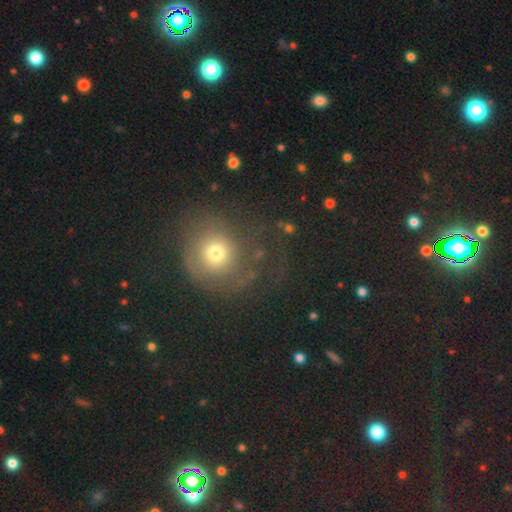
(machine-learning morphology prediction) Smooth or featured?
  - smooth: 45% *
  - star or artifact: 32%
  - featured or disk: 23%
Merging?
  - none: 73% *
  - minor disturbance: 14%
  - major disturbance: 11%
  - merger: 2%